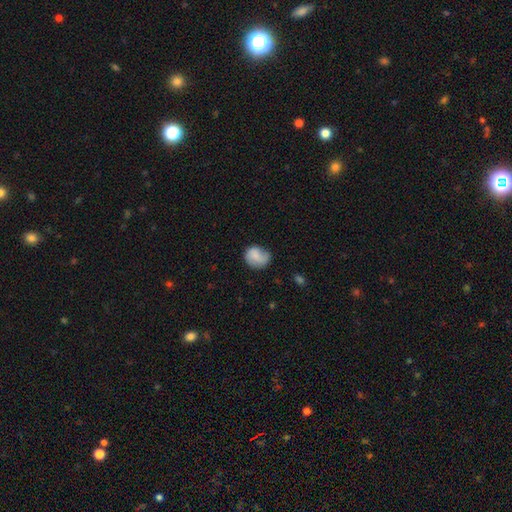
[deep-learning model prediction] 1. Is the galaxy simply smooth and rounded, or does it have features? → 72% smooth, 20% featured or disk, 8% star or artifact.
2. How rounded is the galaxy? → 62% round, 37% in between, 1% cigar-shaped.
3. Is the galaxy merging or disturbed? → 50% none, 33% minor disturbance, 15% major disturbance, 3% merger.